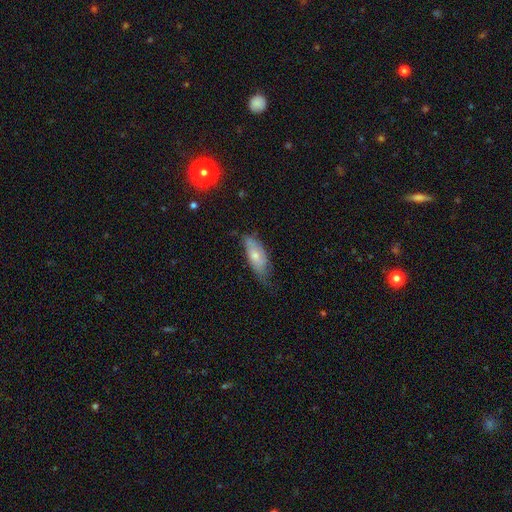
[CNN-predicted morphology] A smooth galaxy with no disk features (59%) that is in between round and cigar-shaped (75%). Merging: none (46%).